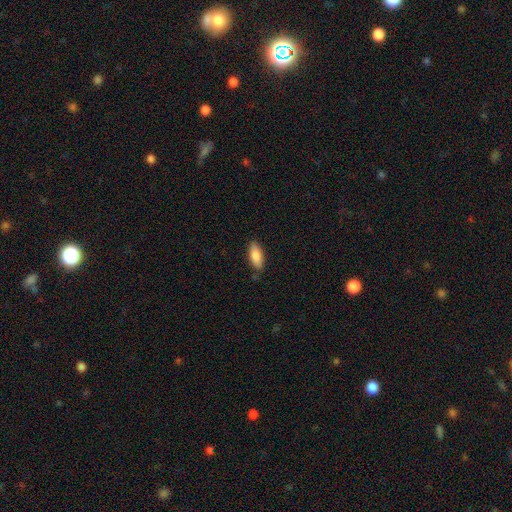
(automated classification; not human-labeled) This appears to be a smooth galaxy with no disk features (85%) that is in between round and cigar-shaped (78%). Merging: none (83%).